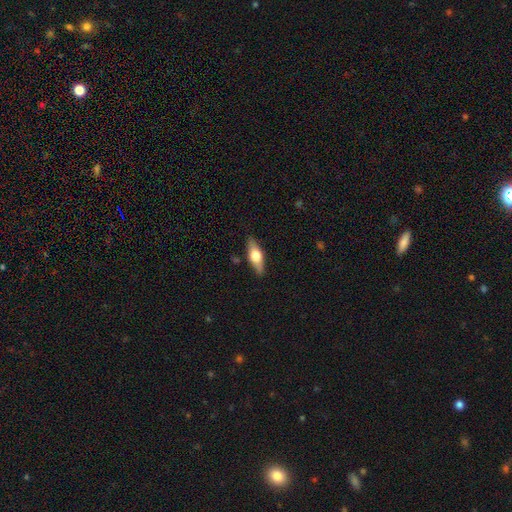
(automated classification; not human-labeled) Smooth or featured?
  - smooth: 49% *
  - featured or disk: 45%
  - star or artifact: 6%
Merging?
  - none: 86% *
  - minor disturbance: 11%
  - major disturbance: 2%
  - merger: 1%